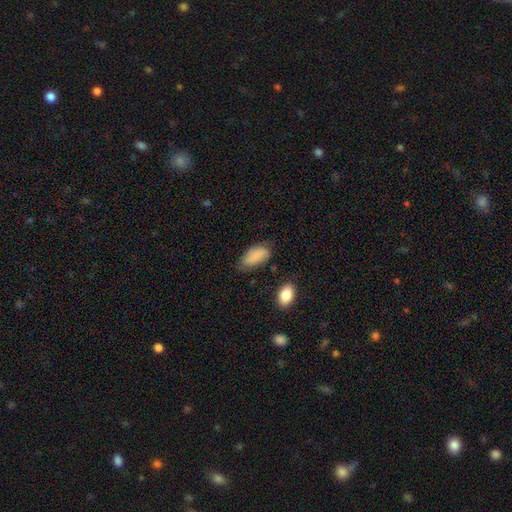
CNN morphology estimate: Smooth or featured: smooth — 81% (featured or disk — 12%)
How rounded: in between — 92% (cigar-shaped — 5%)
Merging: none — 59% (minor disturbance — 30%)